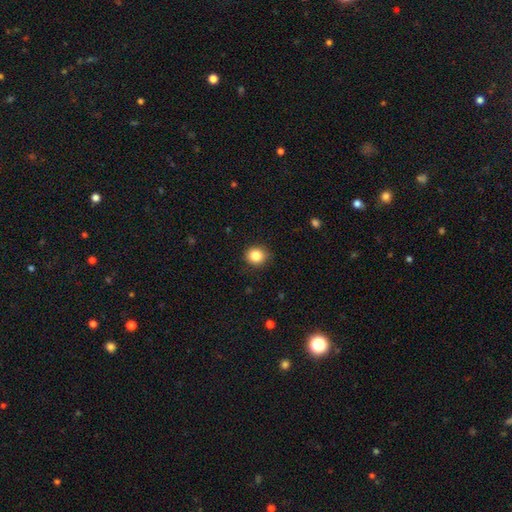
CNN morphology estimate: Smooth or featured?
  - smooth: 85% *
  - star or artifact: 10%
  - featured or disk: 5%
How rounded?
  - round: 81% *
  - in between: 18%
  - cigar-shaped: 1%
Merging?
  - none: 88% *
  - minor disturbance: 8%
  - major disturbance: 2%
  - merger: 1%